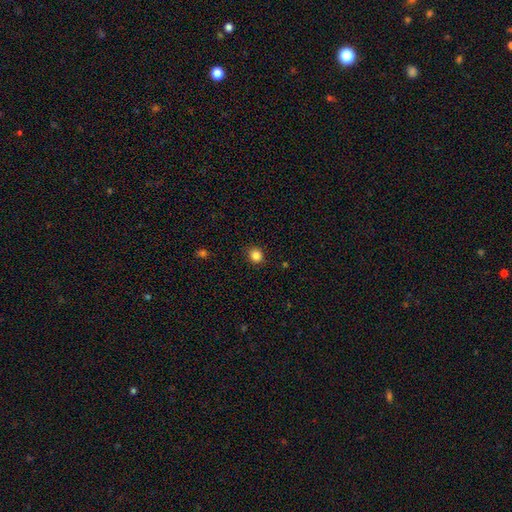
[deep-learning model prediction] This is clearly a smooth galaxy (85%). How rounded: clearly round (82%). Merging: clearly none (90%).